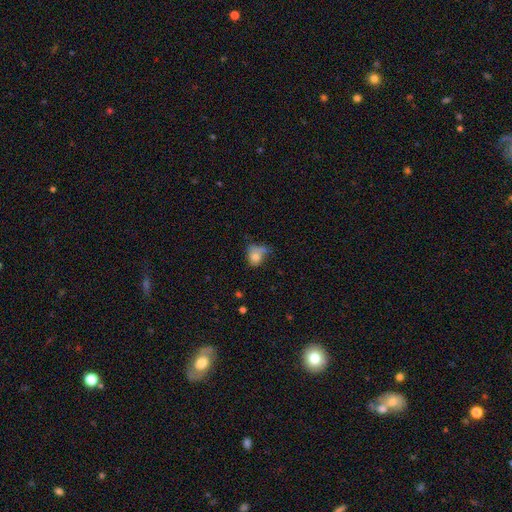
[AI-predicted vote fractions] A smooth galaxy with no disk features (70%) that is in between round and cigar-shaped (62%). Merging: major disturbance (31%).